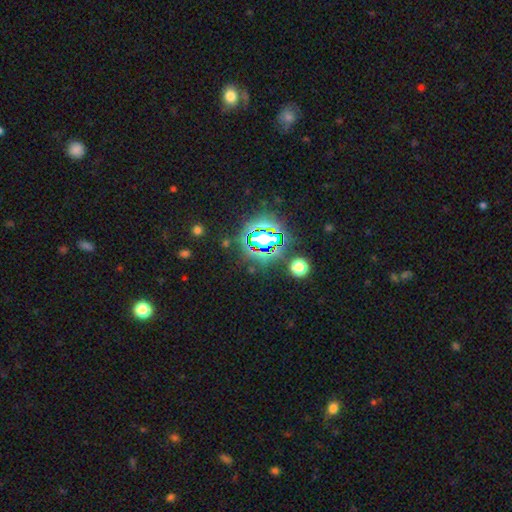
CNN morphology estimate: This is clearly a star or artifact rather than a galaxy (82%).